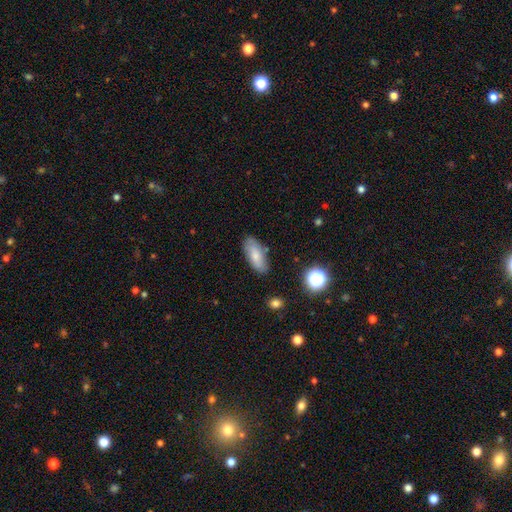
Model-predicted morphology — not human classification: type=smooth (74%); roundness=in between (82%); merging=none (80%).